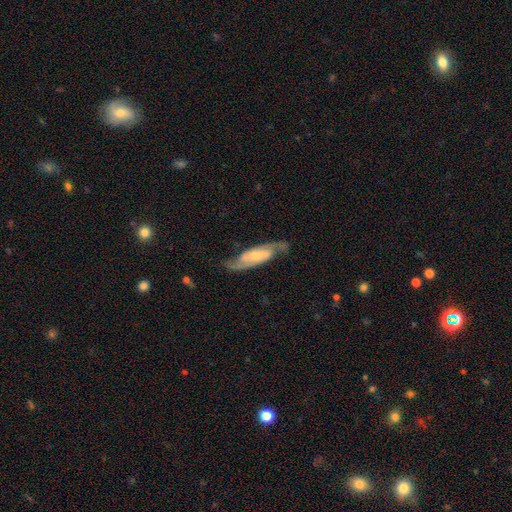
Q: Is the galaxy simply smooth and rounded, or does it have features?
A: featured or disk — 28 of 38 (74%).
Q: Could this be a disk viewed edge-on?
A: no — 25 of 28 (89%).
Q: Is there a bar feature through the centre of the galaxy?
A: no — 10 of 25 (40%).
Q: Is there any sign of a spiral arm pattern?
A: yes — 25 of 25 (100%).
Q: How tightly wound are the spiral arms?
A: medium — 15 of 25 (60%).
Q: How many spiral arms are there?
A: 2 — 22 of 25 (88%).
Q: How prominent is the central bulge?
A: moderate — 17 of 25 (68%).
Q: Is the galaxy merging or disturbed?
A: none — 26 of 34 (76%).